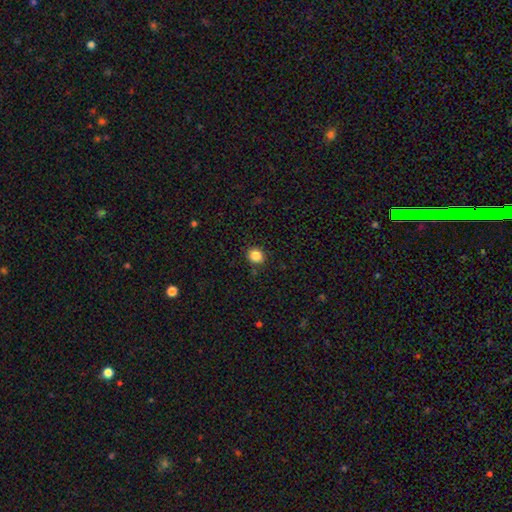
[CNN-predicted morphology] The model was most divided on "how rounded": round: 80%, in between: 19%, cigar-shaped: 1%. More confident: merging — none (89%); smooth or featured — smooth (85%).